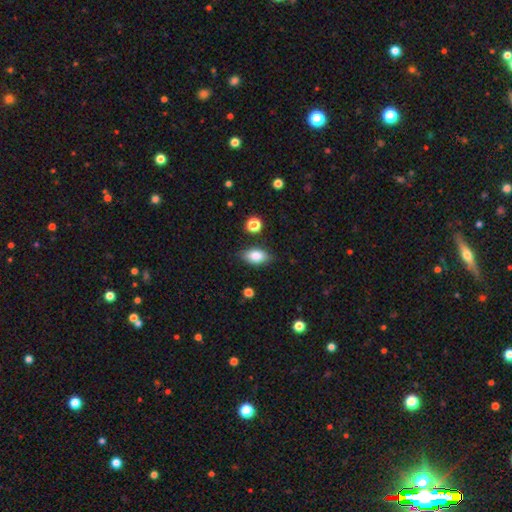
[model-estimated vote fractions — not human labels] Smooth or featured?
  - smooth: 84% *
  - featured or disk: 8%
  - star or artifact: 8%
How rounded?
  - in between: 89% *
  - round: 6%
  - cigar-shaped: 4%
Merging?
  - none: 83% *
  - minor disturbance: 12%
  - major disturbance: 3%
  - merger: 2%